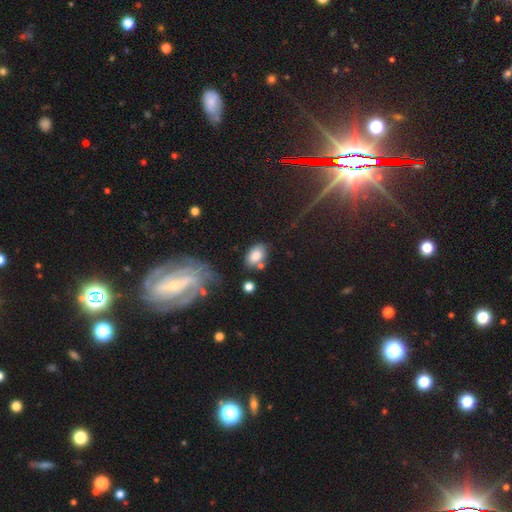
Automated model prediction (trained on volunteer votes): This is likely a smooth galaxy (80%). How rounded: clearly in between (87%). Merging: likely none (67%).